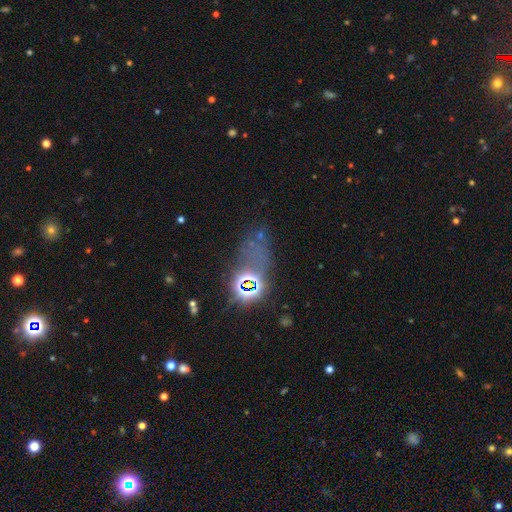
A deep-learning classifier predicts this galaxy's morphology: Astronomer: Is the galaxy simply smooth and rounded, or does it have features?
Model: star or artifact — 47% (runner-up: smooth, 29%).